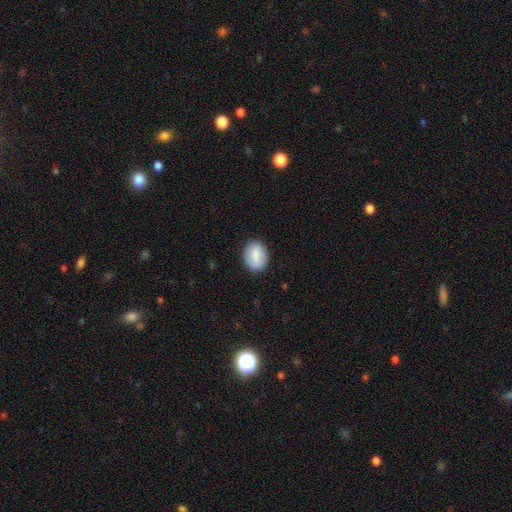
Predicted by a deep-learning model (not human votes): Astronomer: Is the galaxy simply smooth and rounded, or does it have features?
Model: smooth — 80%.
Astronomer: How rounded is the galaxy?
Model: in between — 71%.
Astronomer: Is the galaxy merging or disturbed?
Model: none — 86%.